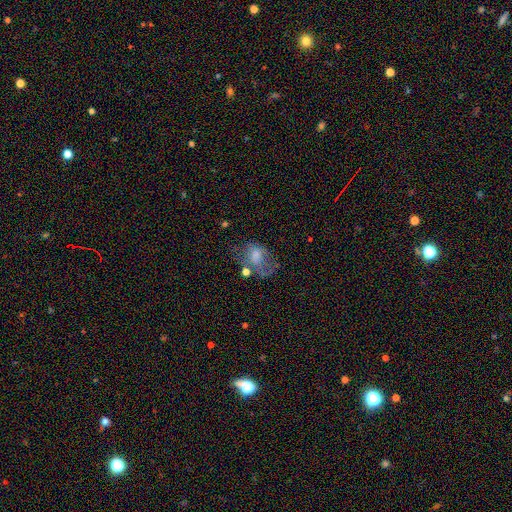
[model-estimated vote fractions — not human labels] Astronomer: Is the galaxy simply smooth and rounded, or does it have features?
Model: featured or disk — 41%, tied with smooth at 41%.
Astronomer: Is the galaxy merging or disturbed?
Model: none — 38% (runner-up: major disturbance, 31%).